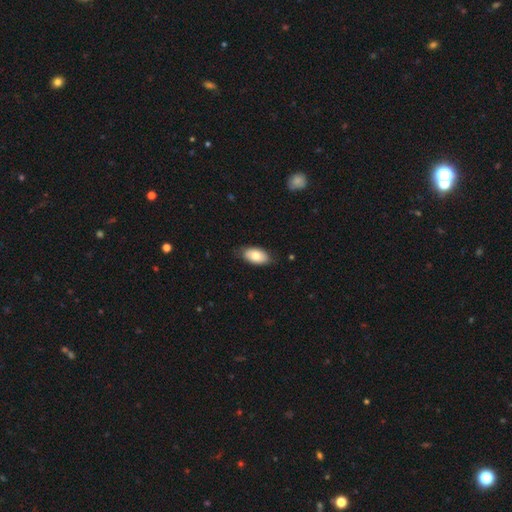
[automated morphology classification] A smooth galaxy with no disk features (80%) that is in between round and cigar-shaped (94%).

Vote fractions:
- Smooth or featured? smooth: 80% / featured or disk: 13% / star or artifact: 6%
- How rounded? in between: 94% / round: 3% / cigar-shaped: 3%
- Merging? none: 79% / minor disturbance: 17% / major disturbance: 3% / merger: 1%